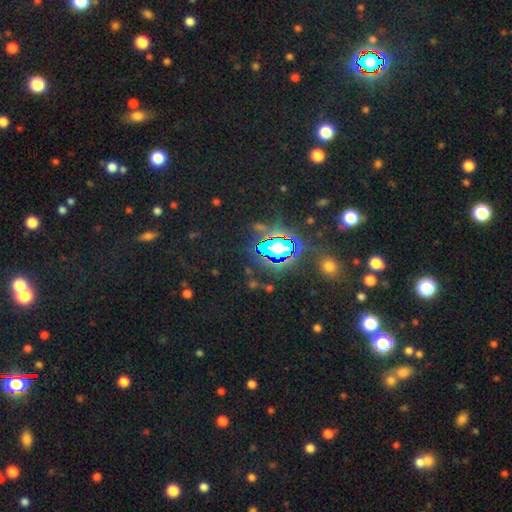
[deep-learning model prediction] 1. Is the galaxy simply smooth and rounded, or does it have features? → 80% star or artifact, 12% smooth, 7% featured or disk.